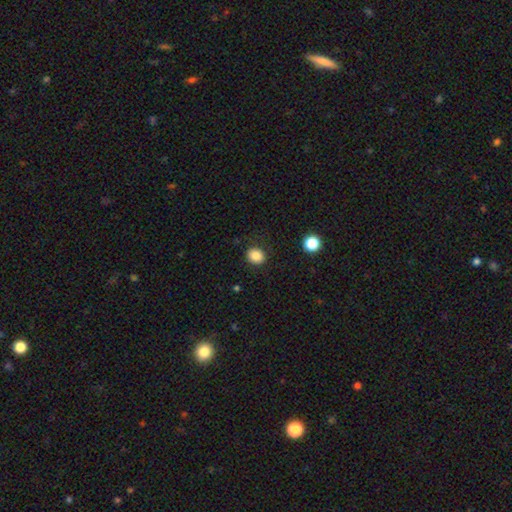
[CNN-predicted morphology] This appears to be a smooth galaxy with no disk features (85%) that is round (70%). Merging: none (86%).